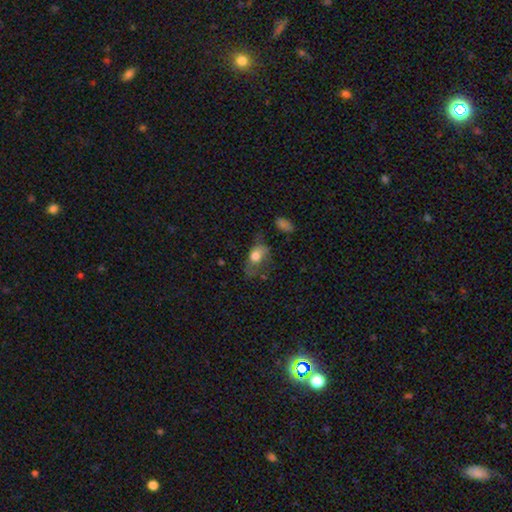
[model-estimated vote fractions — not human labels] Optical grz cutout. It shows a smooth galaxy with no disk features (68%) that is in between round and cigar-shaped (78%). Merging: none (42%).